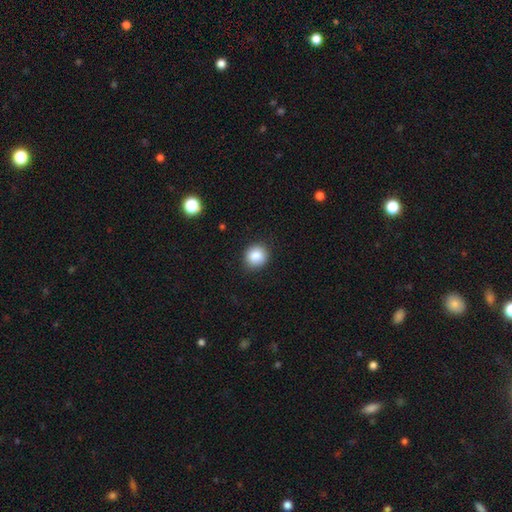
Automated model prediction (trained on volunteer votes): A smooth galaxy with no disk features (85%) that is round (87%).

Vote fractions:
- Smooth or featured? smooth: 85% / star or artifact: 9% / featured or disk: 6%
- How rounded? round: 87% / in between: 12% / cigar-shaped: 1%
- Merging? none: 90% / minor disturbance: 7% / major disturbance: 2% / merger: 1%